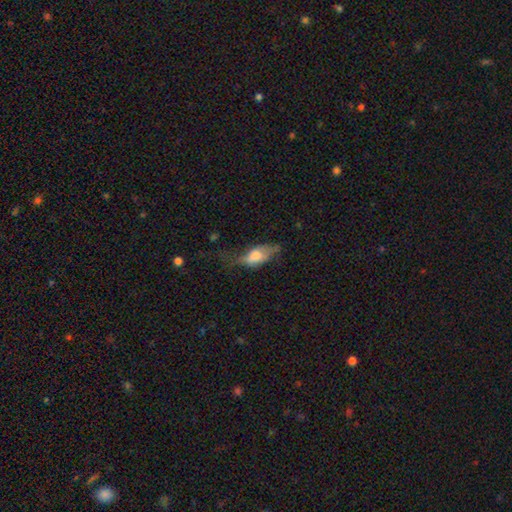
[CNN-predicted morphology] smooth 63%, featured or disk 29%, star or artifact 9%. Down the decision tree: how rounded — in between (84%); merging — major disturbance (34%).